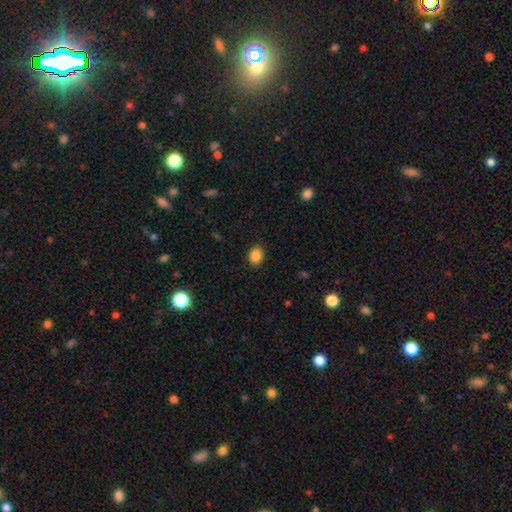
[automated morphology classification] Smooth or featured? smooth (87%)
How rounded? in between (58%)
Merging? none (88%)